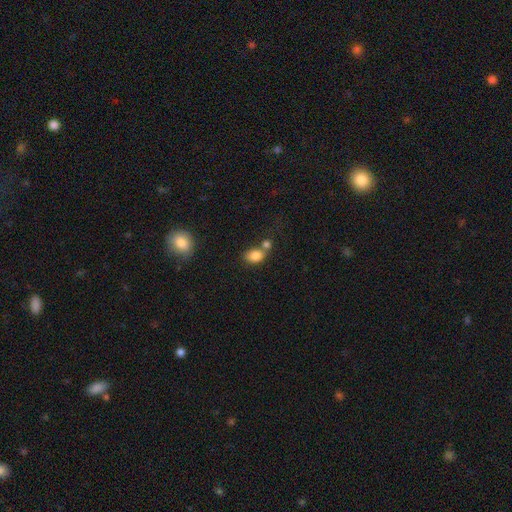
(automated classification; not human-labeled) Overall: smooth (83%). How rounded: in between (65%; round 33%). Merging: none (46%; merger 37%).